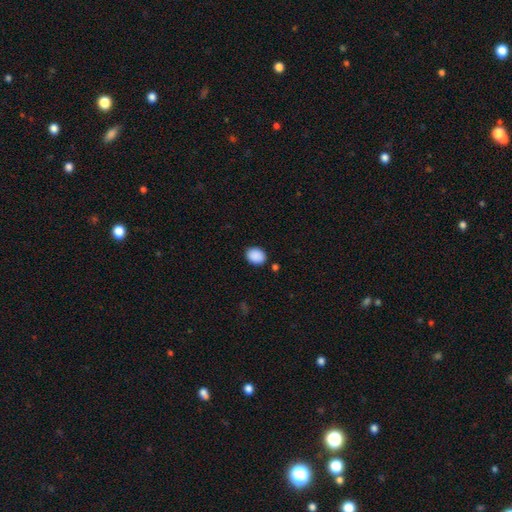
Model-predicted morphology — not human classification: Smooth or featured? smooth (90%)
How rounded? in between (61%)
Merging? none (85%)